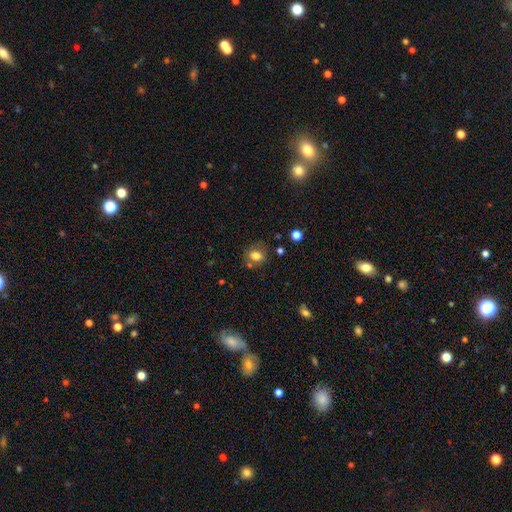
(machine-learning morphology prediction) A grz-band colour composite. It shows a smooth galaxy with no disk features (77%) that is round (54%). Merging: none (68%).